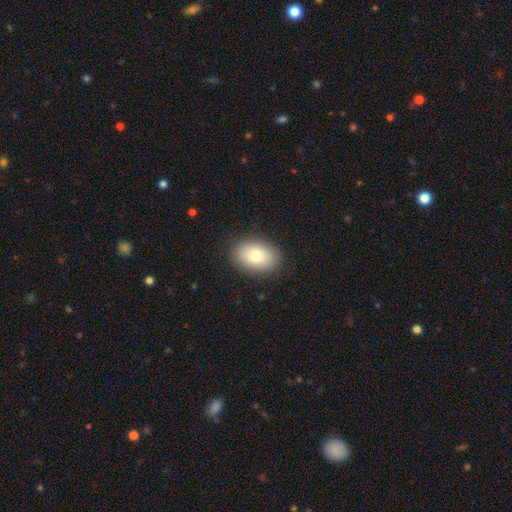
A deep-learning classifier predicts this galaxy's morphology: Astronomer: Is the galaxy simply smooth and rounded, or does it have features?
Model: smooth — 81%.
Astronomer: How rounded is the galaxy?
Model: in between — 84%.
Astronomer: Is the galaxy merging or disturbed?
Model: none — 88%.